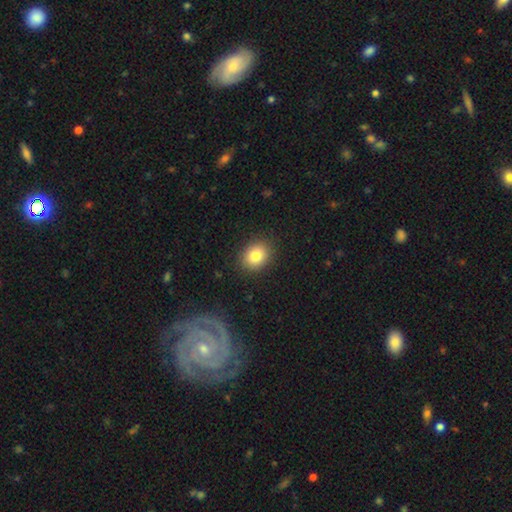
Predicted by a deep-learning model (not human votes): Q: Smooth or featured?
A: smooth (82%); runner-up: star or artifact (10%)
Q: How rounded?
A: round (52%); runner-up: in between (47%)
Q: Merging?
A: none (88%); runner-up: minor disturbance (8%)